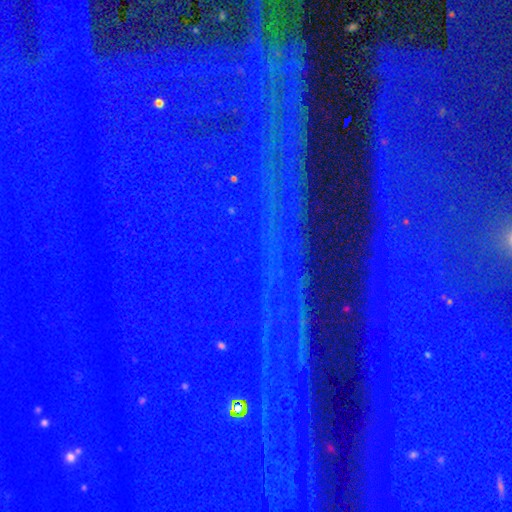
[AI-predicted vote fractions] Smooth or featured?
  - star or artifact: 87% *
  - featured or disk: 8%
  - smooth: 6%